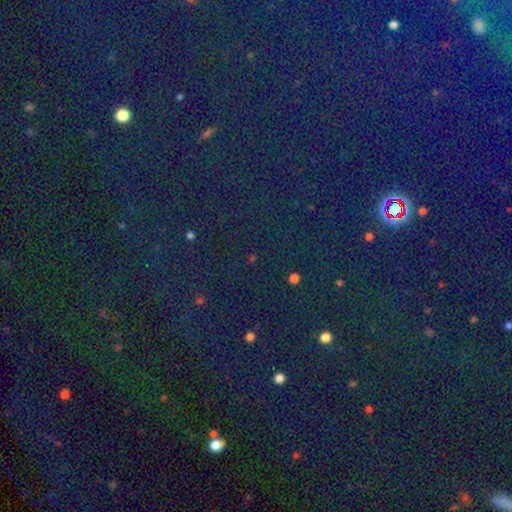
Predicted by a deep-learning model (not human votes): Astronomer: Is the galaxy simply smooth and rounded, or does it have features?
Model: star or artifact — 77%.